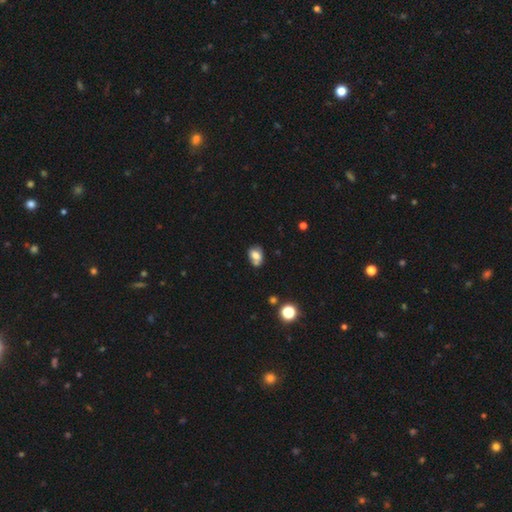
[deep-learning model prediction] A smooth galaxy with no disk features (71%) that is in between round and cigar-shaped (67%). Merging: none (51%).